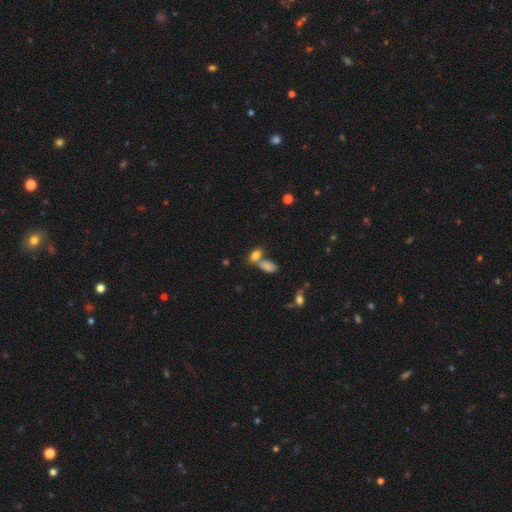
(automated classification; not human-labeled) Morphology: type=smooth (77%); roundness=in between (86%); merging=merger (44%).